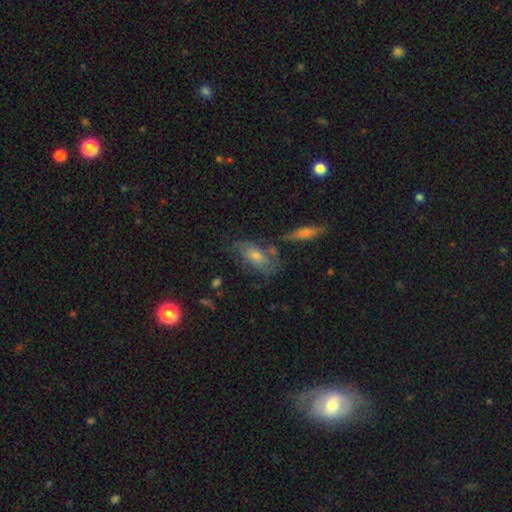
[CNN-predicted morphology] Q: Smooth or featured?
A: featured or disk (46%); runner-up: smooth (43%)
Q: Merging?
A: none (55%); runner-up: minor disturbance (22%)